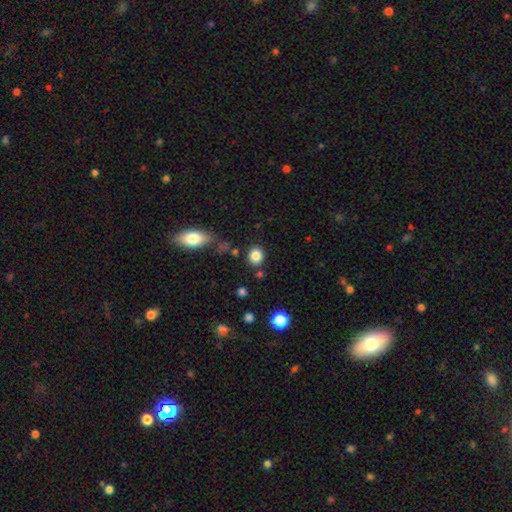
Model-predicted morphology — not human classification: type=smooth (85%); roundness=round (70%); merging=none (81%).